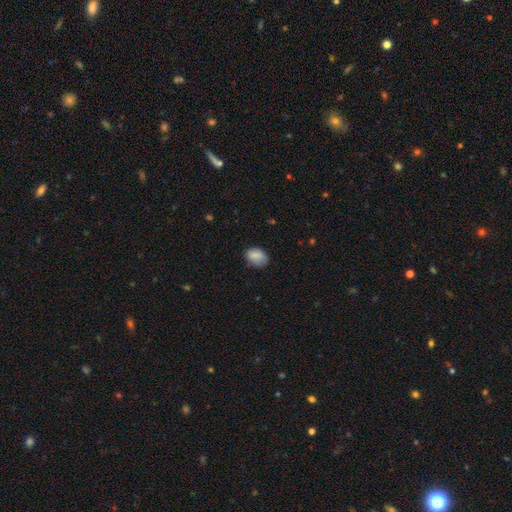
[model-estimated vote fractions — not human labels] Q: Smooth or featured?
A: smooth (85%); runner-up: star or artifact (8%)
Q: How rounded?
A: in between (76%); runner-up: round (23%)
Q: Merging?
A: none (69%); runner-up: minor disturbance (25%)